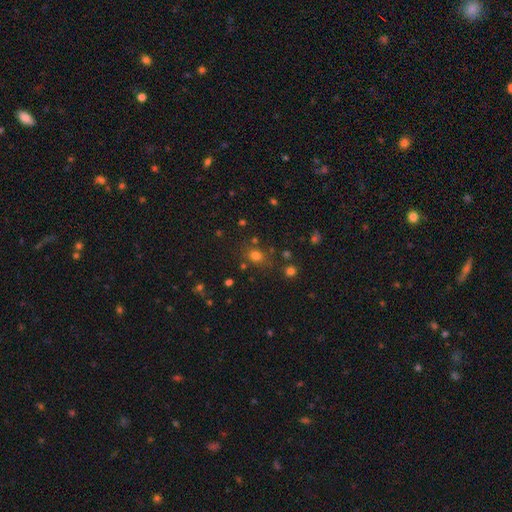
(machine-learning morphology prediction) Overall: smooth (73%). How rounded: round (59%; in between 39%). Merging: none (76%).